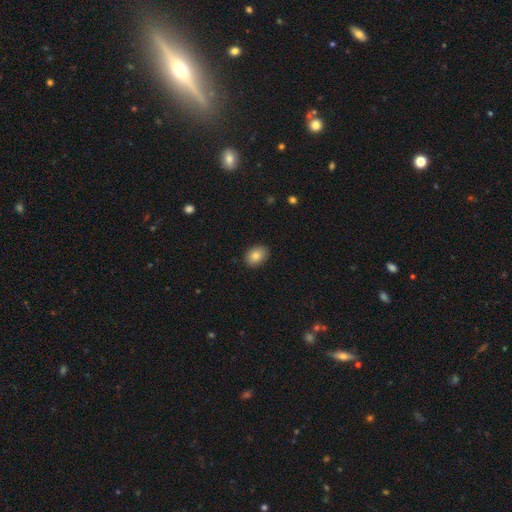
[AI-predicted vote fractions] Overall: smooth (84%). How rounded: in between (74%). Merging: none (88%).